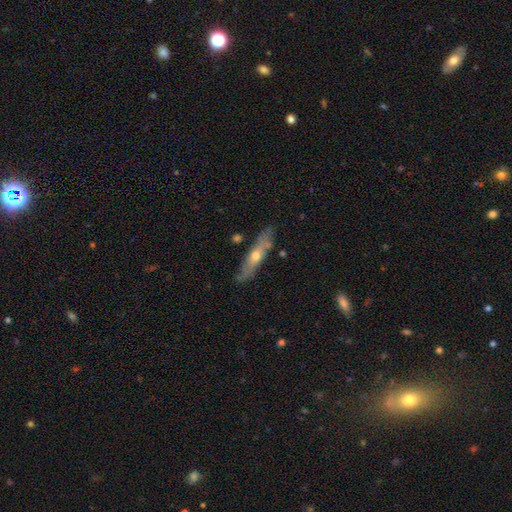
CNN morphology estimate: Smooth or featured?
  - featured or disk: 60% *
  - smooth: 33%
  - star or artifact: 6%
Edge-on disk?
  - yes: 74% *
  - no: 26%
Merging?
  - none: 82% *
  - minor disturbance: 14%
  - major disturbance: 2%
  - merger: 2%